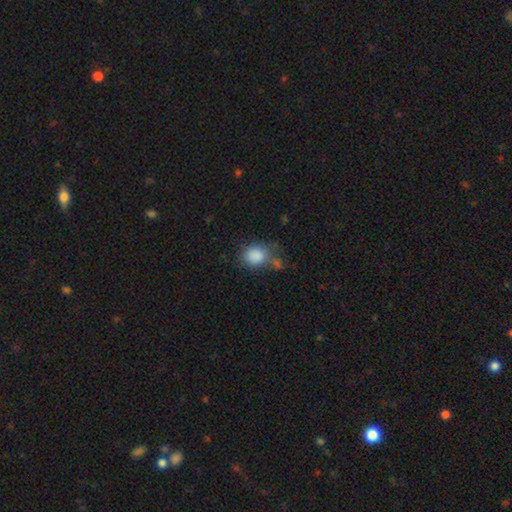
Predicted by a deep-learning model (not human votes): This is clearly a smooth galaxy (86%). How rounded: possibly round (55%). Merging: possibly none (48%).